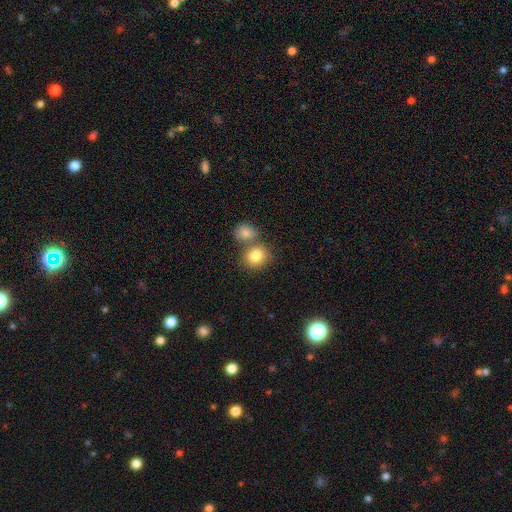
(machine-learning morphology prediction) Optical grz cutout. It shows a smooth galaxy with no disk features (82%) that is round (77%). Merging: none (54%).